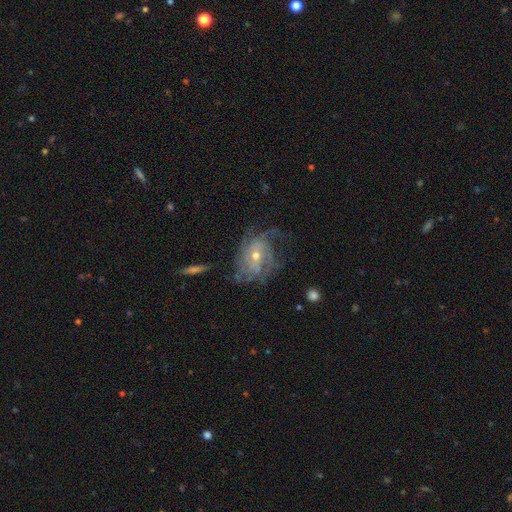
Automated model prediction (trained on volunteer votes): A featured or disk galaxy (83%) with no bar (68%), tight (49%) spiral arms (93%) and a small central bulge (50%). Merging: none (59%).